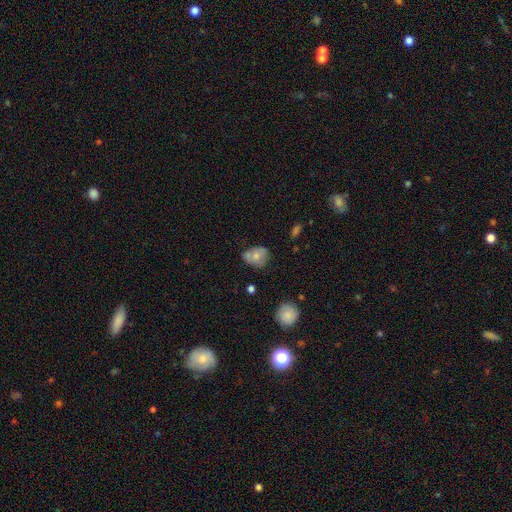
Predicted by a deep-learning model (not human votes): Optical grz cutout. It shows a smooth galaxy with no disk features (66%) that is in between round and cigar-shaped (53%). Merging: none (45%).